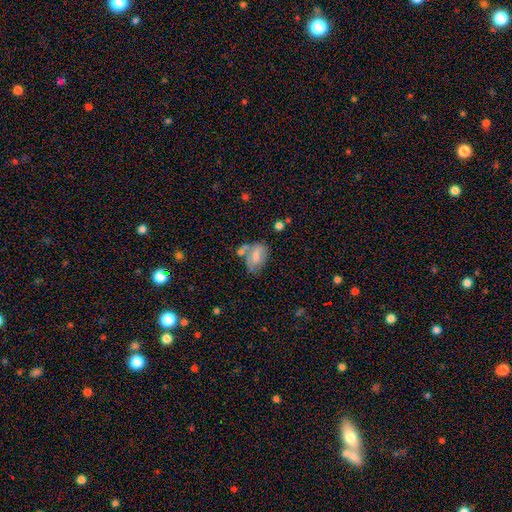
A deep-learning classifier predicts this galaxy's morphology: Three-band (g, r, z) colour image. It shows a smooth galaxy with no disk features (59%) that is in between round and cigar-shaped (84%). Merging: none (37%).